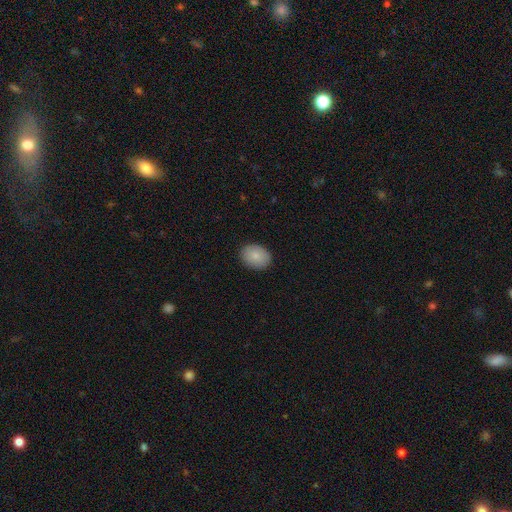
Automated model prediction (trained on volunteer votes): Smooth or featured?
  - smooth: 85% *
  - featured or disk: 8%
  - star or artifact: 7%
How rounded?
  - in between: 66% *
  - round: 33%
  - cigar-shaped: 1%
Merging?
  - none: 89% *
  - minor disturbance: 8%
  - major disturbance: 2%
  - merger: 1%